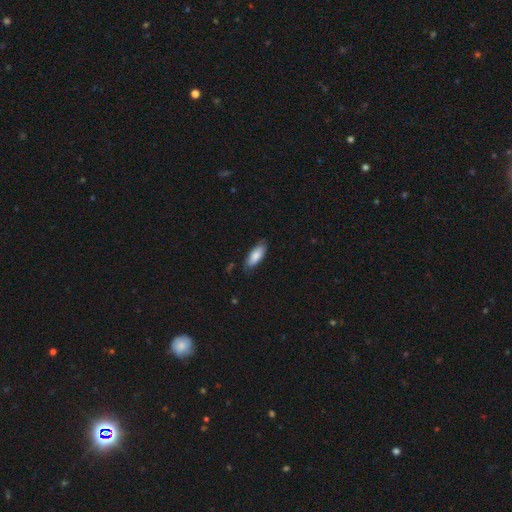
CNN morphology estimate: type=smooth (83%); roundness=in between (76%); merging=none (77%).